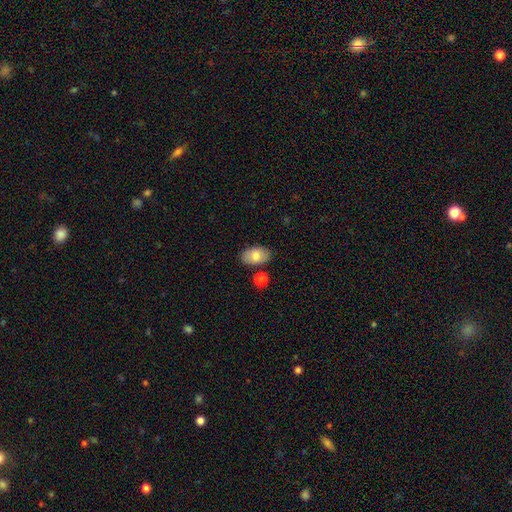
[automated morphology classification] Q: Smooth or featured?
A: smooth (77%); runner-up: featured or disk (16%)
Q: How rounded?
A: in between (92%); runner-up: round (7%)
Q: Merging?
A: none (81%); runner-up: minor disturbance (11%)